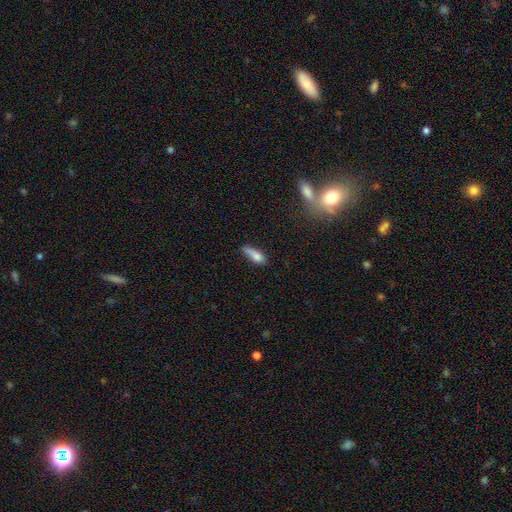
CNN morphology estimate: Smooth or featured: smooth — 77% (featured or disk — 14%)
How rounded: in between — 51% (cigar-shaped — 46%)
Merging: none — 44% (minor disturbance — 34%)